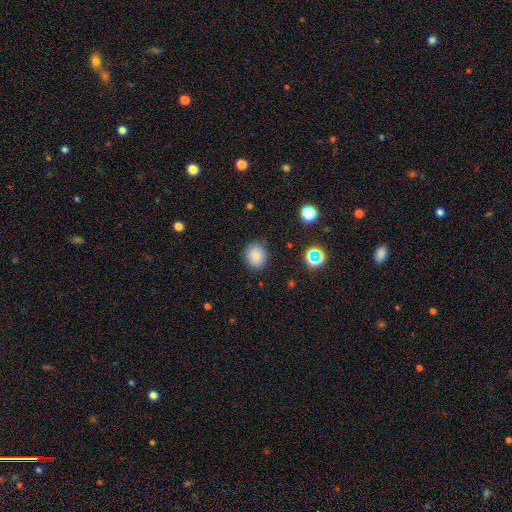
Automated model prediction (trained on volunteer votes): A smooth galaxy with no disk features (84%) that is round (66%).

Vote fractions:
- Smooth or featured? smooth: 84% / star or artifact: 11% / featured or disk: 5%
- How rounded? round: 66% / in between: 33% / cigar-shaped: 1%
- Merging? none: 85% / minor disturbance: 11% / major disturbance: 3% / merger: 1%